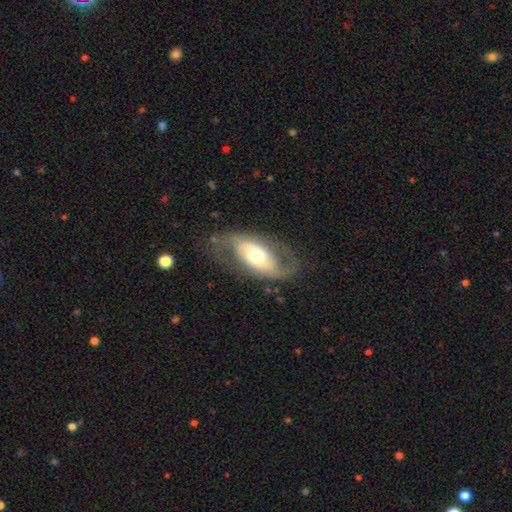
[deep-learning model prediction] Smooth or featured?
  - featured or disk: 73% *
  - smooth: 22%
  - star or artifact: 5%
Edge-on disk?
  - no: 92% *
  - yes: 8%
Bar?
  - no: 59% *
  - weak: 26%
  - strong: 16%
Spiral arms?
  - yes: 76% *
  - no: 24%
Spiral winding?
  - loose: 42% *
  - medium: 41%
  - tight: 17%
Spiral arm count?
  - 2: 87% *
  - can't tell: 7%
  - 1: 3%
  - 3: 1%
  - 4: 1%
  - more than 4: 1%
Bulge size?
  - moderate: 64% *
  - large: 23%
  - small: 10%
  - dominant: 3%
  - none: 1%
Merging?
  - none: 70% *
  - minor disturbance: 17%
  - major disturbance: 12%
  - merger: 1%